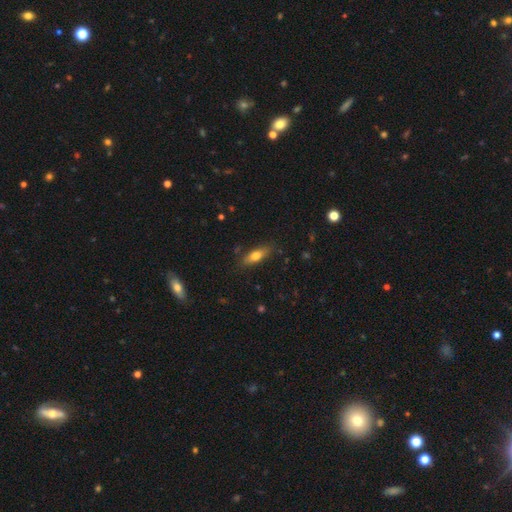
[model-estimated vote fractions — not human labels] This is likely a smooth galaxy (70%). How rounded: possibly in between (58%). Merging: clearly none (81%).